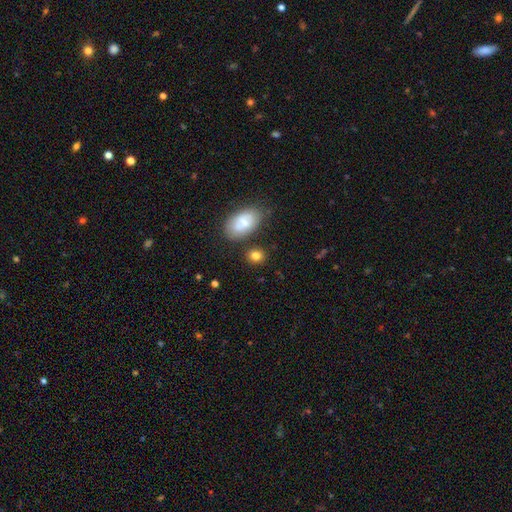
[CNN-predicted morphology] smooth-or-featured: smooth: 82% | star or artifact: 9% | featured or disk: 8%
  how-rounded: round: 56% | in between: 42% | cigar-shaped: 2%
  merging: none: 78% | minor disturbance: 11% | merger: 7% | major disturbance: 3%